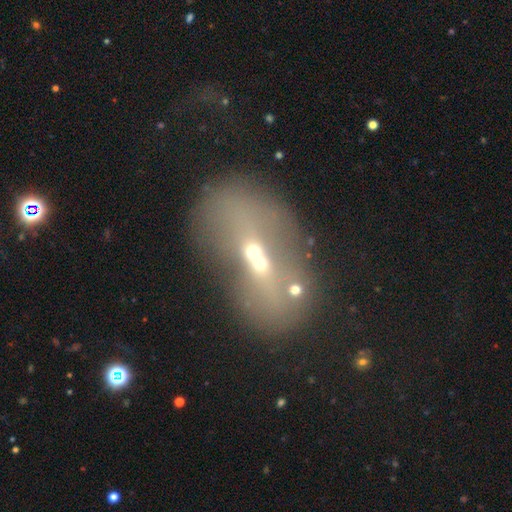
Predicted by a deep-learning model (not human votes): Morphology: type=featured or disk (41%); merging=merger (63%).